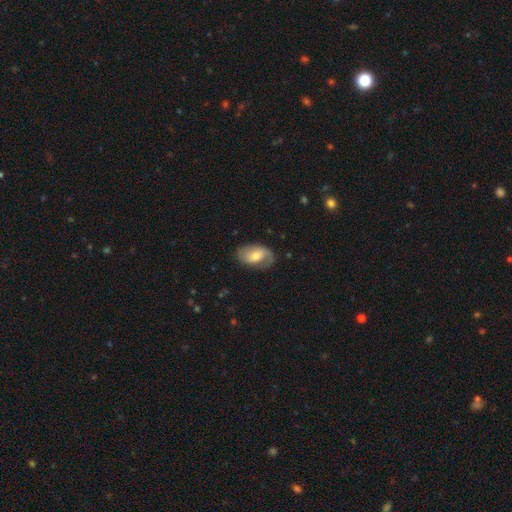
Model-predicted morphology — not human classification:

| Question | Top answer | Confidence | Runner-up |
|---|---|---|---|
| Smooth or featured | featured or disk | 56% | smooth (37%) |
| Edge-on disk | no | 95% | yes (5%) |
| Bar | no | 44% | weak (41%) |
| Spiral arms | yes | 80% | no (20%) |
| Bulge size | moderate | 60% | small (32%) |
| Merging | none | 70% | minor disturbance (21%) |